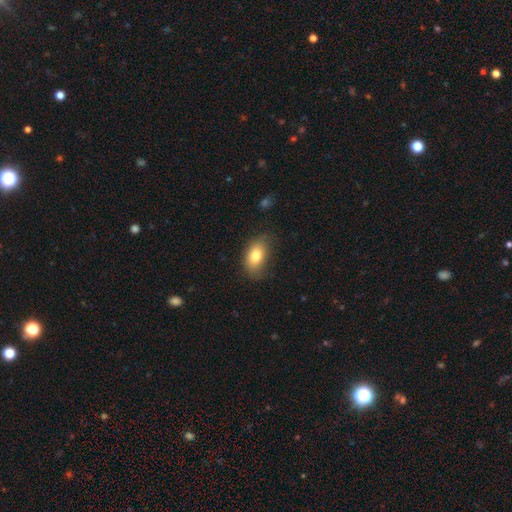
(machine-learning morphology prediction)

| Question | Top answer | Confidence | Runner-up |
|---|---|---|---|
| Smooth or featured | smooth | 79% | featured or disk (12%) |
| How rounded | in between | 88% | round (10%) |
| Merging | none | 67% | minor disturbance (25%) |